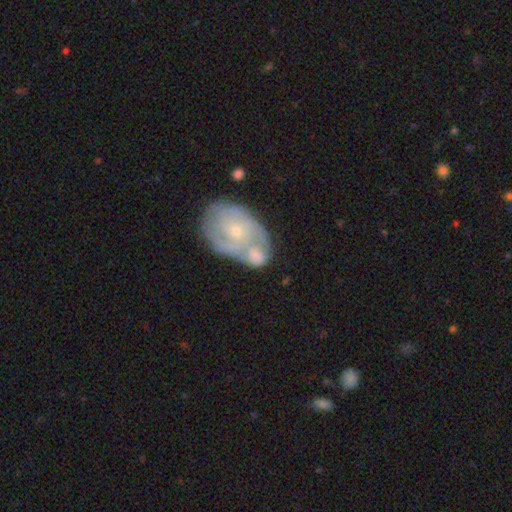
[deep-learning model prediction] smooth-or-featured: featured or disk: 49% | smooth: 43% | star or artifact: 8%
  merging: merger: 51% | none: 24% | minor disturbance: 15% | major disturbance: 10%